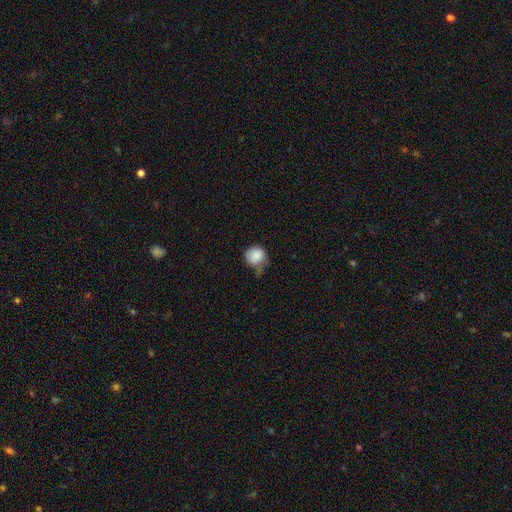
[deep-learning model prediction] Smooth or featured: smooth — 85% (star or artifact — 8%)
How rounded: round — 87% (in between — 12%)
Merging: minor disturbance — 40% (none — 39%)